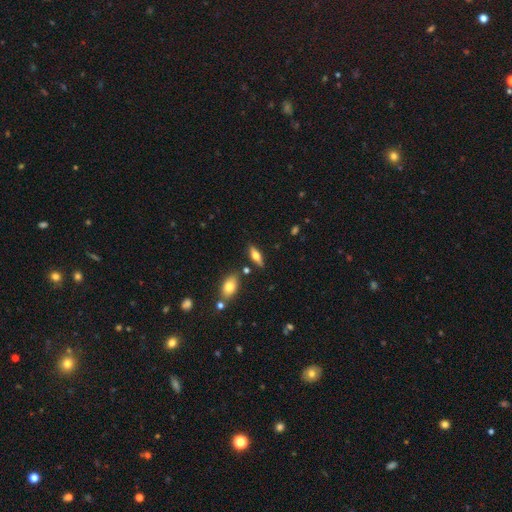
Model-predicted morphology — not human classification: This appears to be a smooth galaxy with no disk features (51%) that is in between round and cigar-shaped (58%). Merging: none (80%).